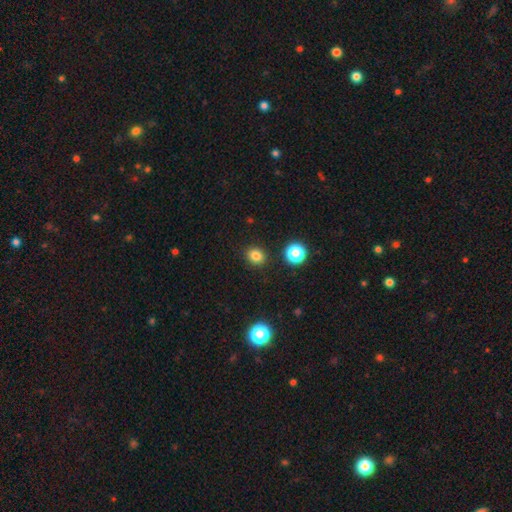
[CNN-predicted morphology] Smooth or featured: smooth — 81% (star or artifact — 14%)
How rounded: round — 68% (in between — 31%)
Merging: none — 88% (minor disturbance — 7%)